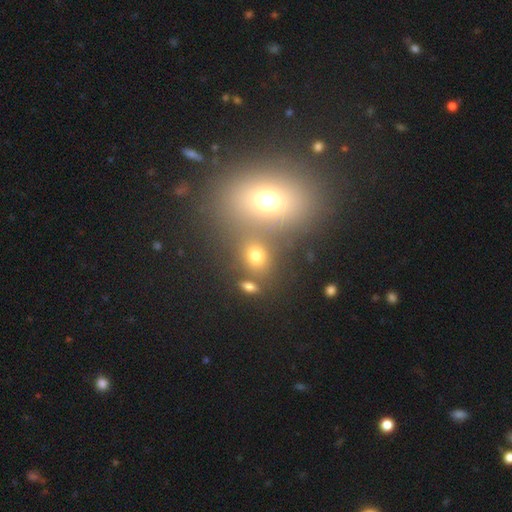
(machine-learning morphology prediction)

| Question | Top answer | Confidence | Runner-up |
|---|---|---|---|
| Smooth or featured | smooth | 70% | star or artifact (19%) |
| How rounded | round | 55% | in between (44%) |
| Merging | none | 60% | merger (26%) |